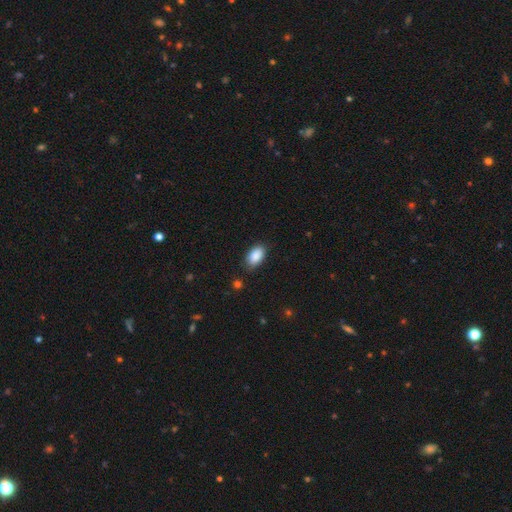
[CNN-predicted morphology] A smooth galaxy with no disk features (89%) that is in between round and cigar-shaped (94%).

Vote fractions:
- Smooth or featured? smooth: 89% / star or artifact: 7% / featured or disk: 4%
- How rounded? in between: 94% / round: 5% / cigar-shaped: 2%
- Merging? none: 84% / minor disturbance: 12% / major disturbance: 3% / merger: 1%